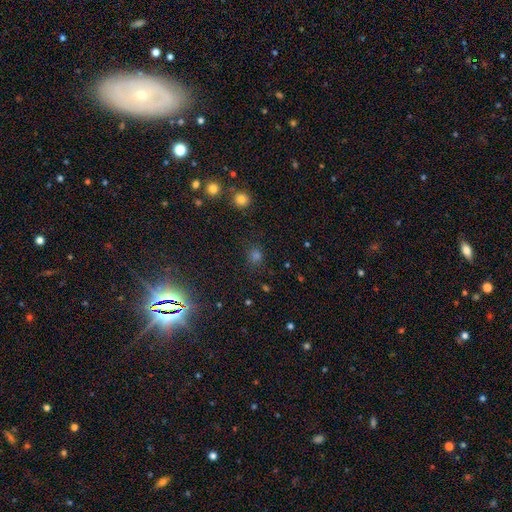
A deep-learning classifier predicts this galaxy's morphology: Q: Smooth or featured?
A: smooth (51%); runner-up: star or artifact (43%)
Q: How rounded?
A: round (81%); runner-up: in between (17%)
Q: Merging?
A: none (83%); runner-up: minor disturbance (10%)